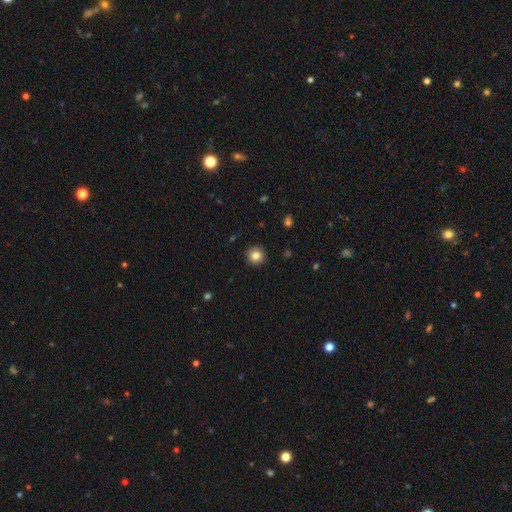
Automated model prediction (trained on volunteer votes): A smooth galaxy with no disk features (84%) that is round (95%).

Vote fractions:
- Smooth or featured? smooth: 84% / star or artifact: 10% / featured or disk: 6%
- How rounded? round: 95% / in between: 4% / cigar-shaped: 1%
- Merging? none: 92% / minor disturbance: 5% / major disturbance: 2% / merger: 1%